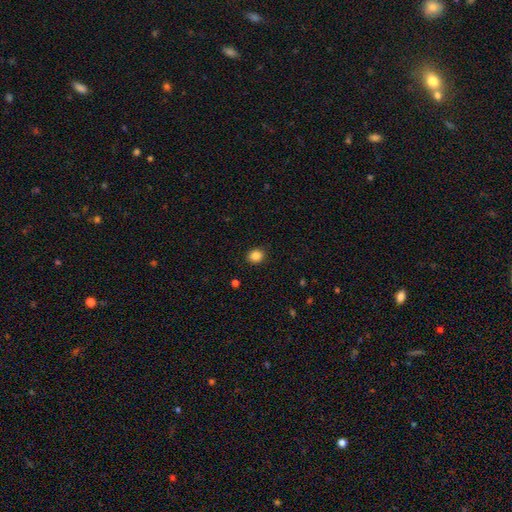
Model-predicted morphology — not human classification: smooth 86%, star or artifact 11%, featured or disk 4%. Down the decision tree: how rounded — round (70%); merging — none (91%).